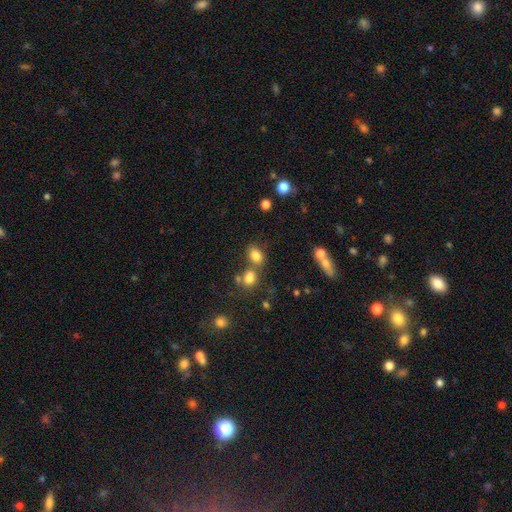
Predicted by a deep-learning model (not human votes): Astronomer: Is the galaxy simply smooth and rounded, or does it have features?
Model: smooth — 79%.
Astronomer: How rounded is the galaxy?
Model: in between — 68%.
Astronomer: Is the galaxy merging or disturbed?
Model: none — 56%.